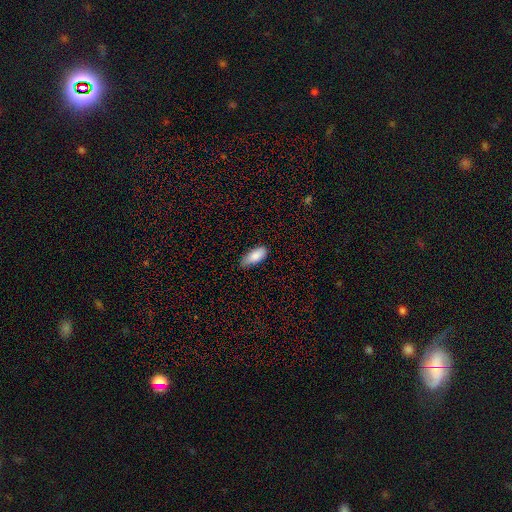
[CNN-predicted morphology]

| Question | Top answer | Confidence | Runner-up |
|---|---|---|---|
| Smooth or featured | smooth | 87% | featured or disk (7%) |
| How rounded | in between | 85% | cigar-shaped (13%) |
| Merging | none | 69% | minor disturbance (26%) |